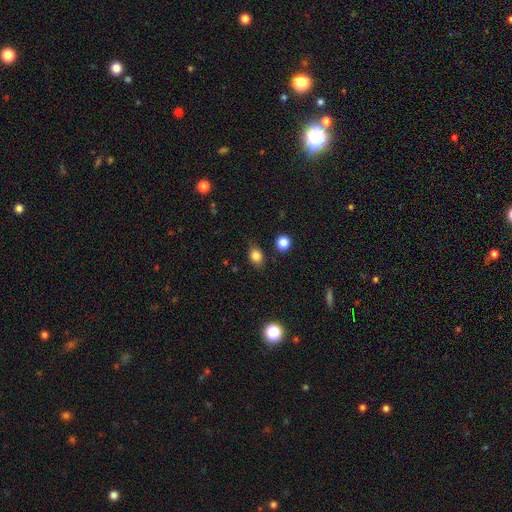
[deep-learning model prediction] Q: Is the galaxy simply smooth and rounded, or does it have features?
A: smooth — 83%.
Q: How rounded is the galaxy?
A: in between — 51%.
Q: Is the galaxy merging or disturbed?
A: none — 81%.